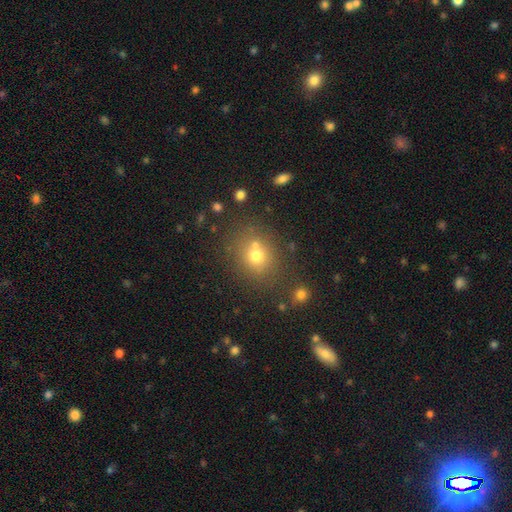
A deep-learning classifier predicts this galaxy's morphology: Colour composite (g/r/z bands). It shows a smooth galaxy with no disk features (69%) that is round (75%). Merging: none (67%).